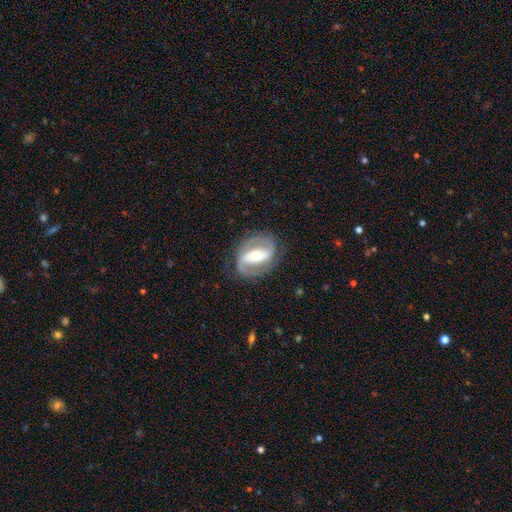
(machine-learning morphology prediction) Smooth or featured? Predicted: featured or disk (p=0.86). Edge-on disk? Predicted: no (p=0.96). Bar? Predicted: strong (p=0.60). Spiral arms? Predicted: yes (p=0.92). Spiral winding? Predicted: medium (p=0.49). Spiral arm count? Predicted: 2 (p=0.91). Bulge size? Predicted: moderate (p=0.56). Merging? Predicted: none (p=0.80).